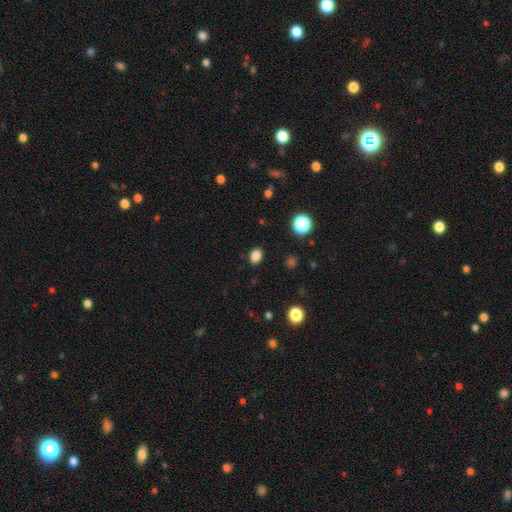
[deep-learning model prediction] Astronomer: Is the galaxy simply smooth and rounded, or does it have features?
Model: smooth — 84%.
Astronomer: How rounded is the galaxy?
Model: in between — 71%.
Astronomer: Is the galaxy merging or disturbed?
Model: none — 89%.